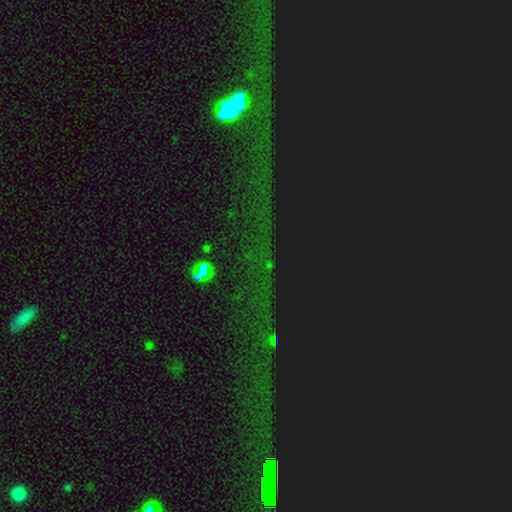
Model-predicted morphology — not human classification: This appears to be a star or artifact, not a galaxy (80%).